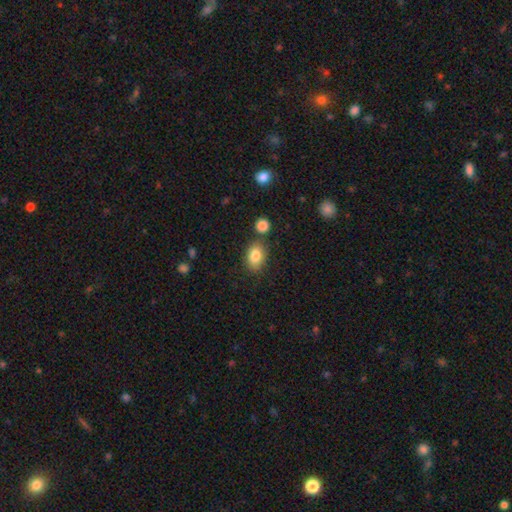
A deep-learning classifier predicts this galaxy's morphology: type=smooth (82%); roundness=in between (79%); merging=none (73%).